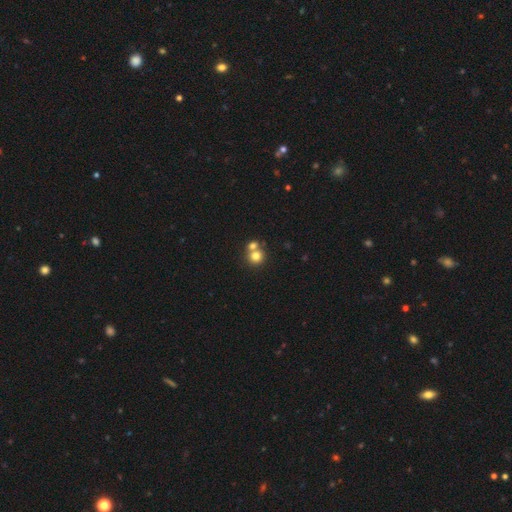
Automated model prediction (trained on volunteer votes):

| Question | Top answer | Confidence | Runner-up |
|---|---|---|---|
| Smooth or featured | smooth | 77% | star or artifact (12%) |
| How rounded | round | 88% | in between (11%) |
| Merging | none | 47% | merger (45%) |